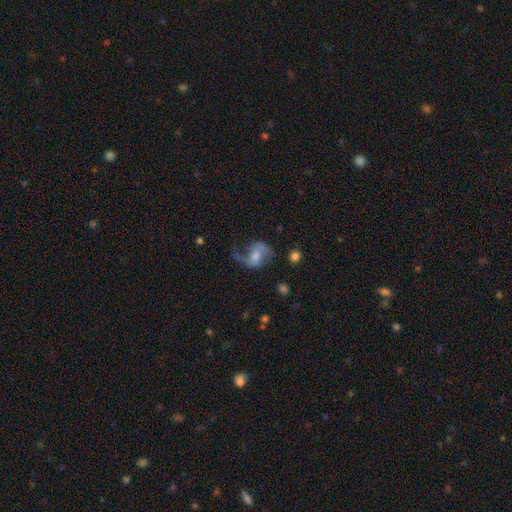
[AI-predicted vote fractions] Overall: featured or disk (62%; smooth 29%). Edge-on disk: no (97%). Bar: weak (43%, tied with no). Spiral arms: yes (82%). Bulge size: moderate (45%; small 25%). Merging: major disturbance (37%, tied with none).